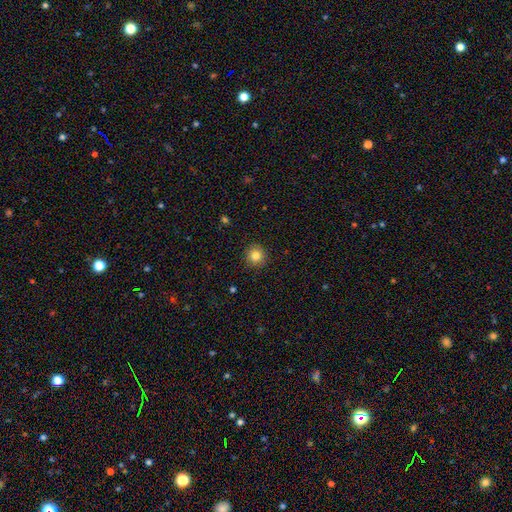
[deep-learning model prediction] Smooth or featured?
  - smooth: 82% *
  - star or artifact: 11%
  - featured or disk: 7%
How rounded?
  - round: 92% *
  - in between: 7%
  - cigar-shaped: 1%
Merging?
  - none: 90% *
  - minor disturbance: 7%
  - major disturbance: 2%
  - merger: 1%